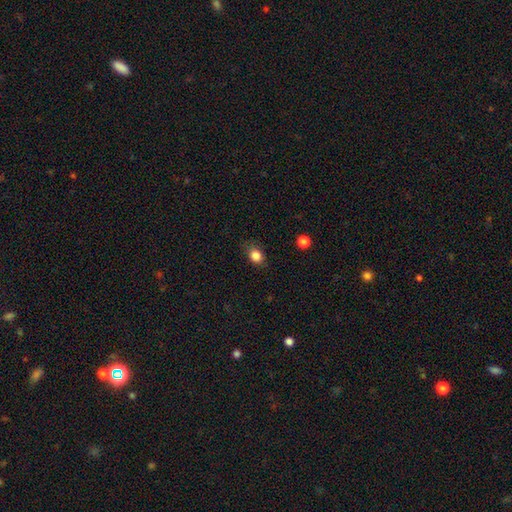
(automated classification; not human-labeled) This is clearly a smooth galaxy (84%). How rounded: possibly round (50%). Merging: likely none (78%).